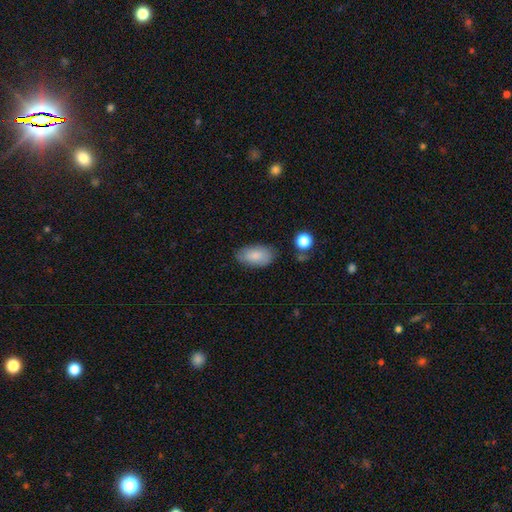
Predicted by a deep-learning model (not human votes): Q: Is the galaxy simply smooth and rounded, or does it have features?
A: smooth — 83%.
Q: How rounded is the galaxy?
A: in between — 93%.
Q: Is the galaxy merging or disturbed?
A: none — 76%.